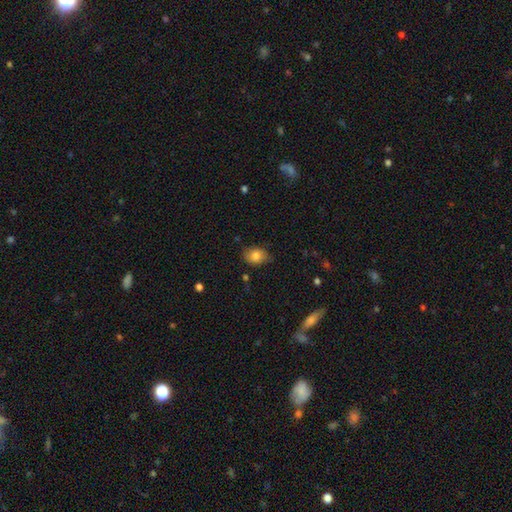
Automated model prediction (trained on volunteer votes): Overall: smooth (82%). How rounded: in between (68%; round 30%). Merging: none (76%).